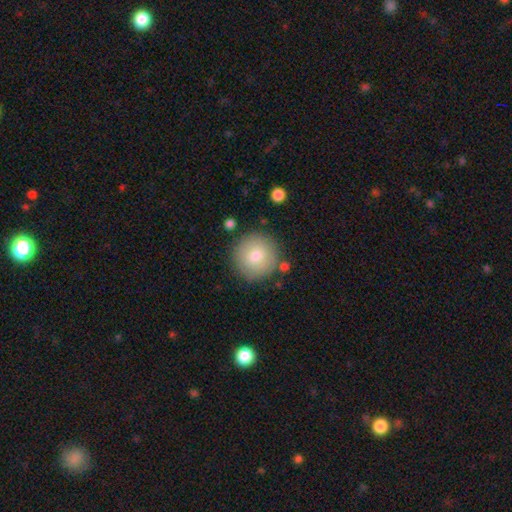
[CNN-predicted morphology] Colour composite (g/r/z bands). It shows a smooth galaxy with no disk features (79%) that is round (95%). Merging: none (85%).